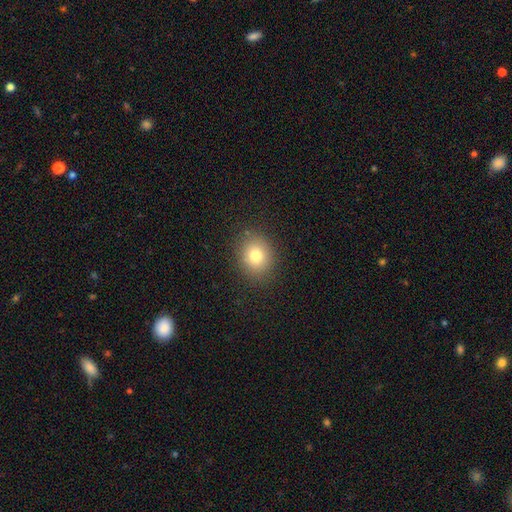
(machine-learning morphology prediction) A smooth galaxy with no disk features (79%) that is round (67%). Merging: none (87%).